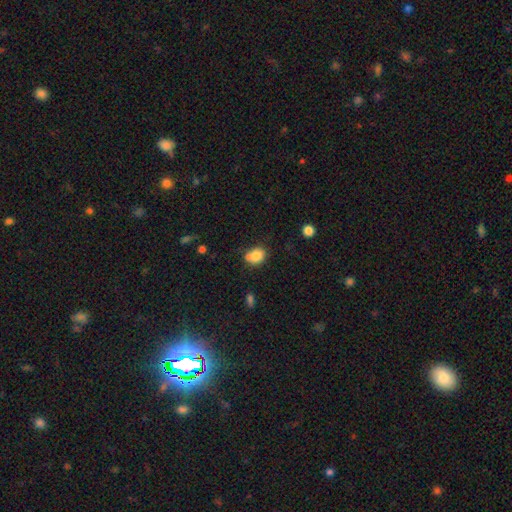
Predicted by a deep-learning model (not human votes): Overall: smooth (80%). How rounded: round (52%; in between 47%). Merging: none (54%; merger 23%).